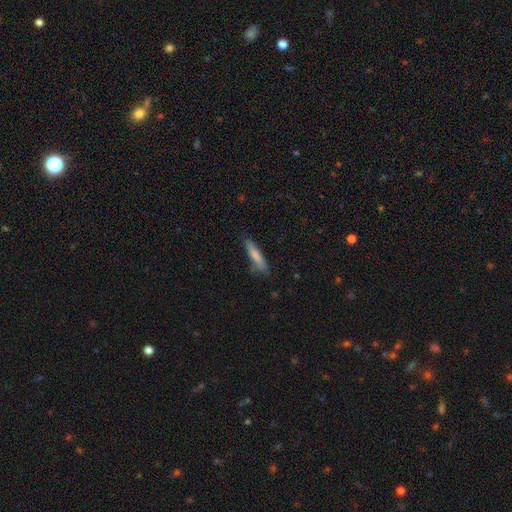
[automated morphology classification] type=smooth (77%); roundness=cigar-shaped (84%); merging=none (75%).